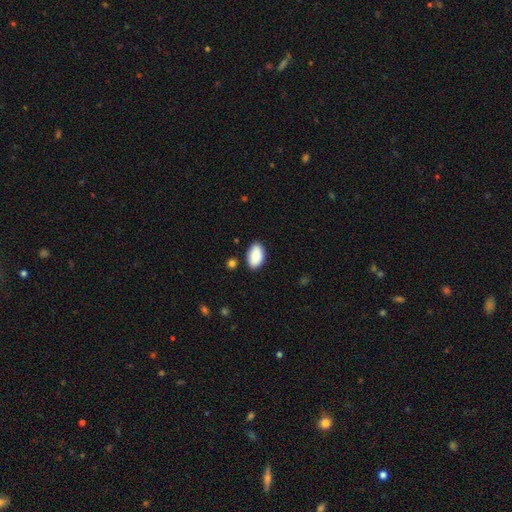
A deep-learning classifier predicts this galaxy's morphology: Overall: smooth (89%). How rounded: in between (94%). Merging: none (83%).